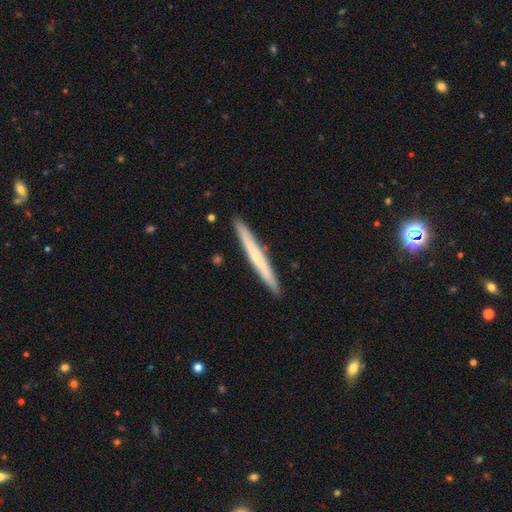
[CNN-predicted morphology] type=featured or disk (47%, tied with smooth); merging=none (91%).